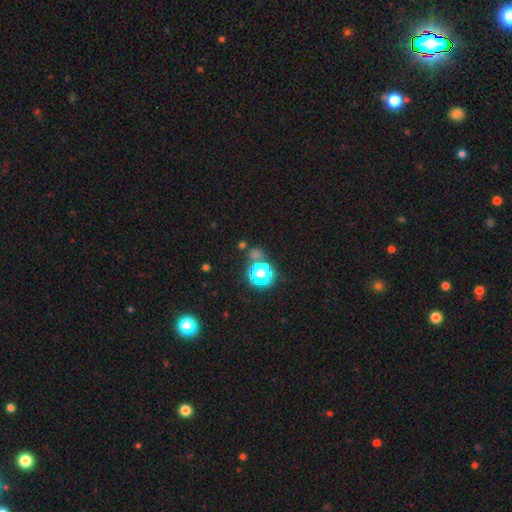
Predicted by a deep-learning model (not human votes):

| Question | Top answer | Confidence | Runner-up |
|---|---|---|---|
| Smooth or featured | smooth | 56% | star or artifact (37%) |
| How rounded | round | 86% | in between (12%) |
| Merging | none | 68% | merger (16%) |